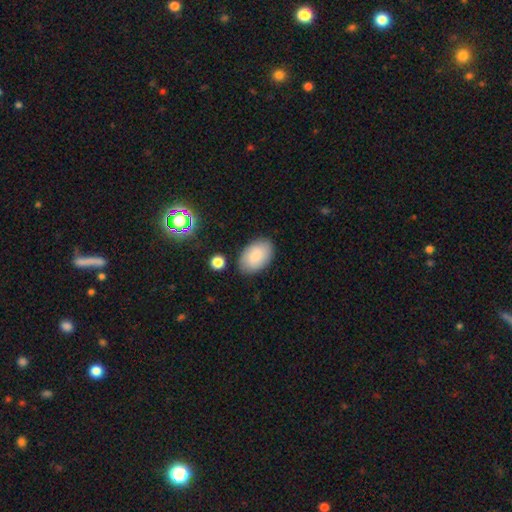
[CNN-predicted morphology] This is clearly a smooth galaxy (83%). How rounded: clearly in between (93%). Merging: clearly none (83%).